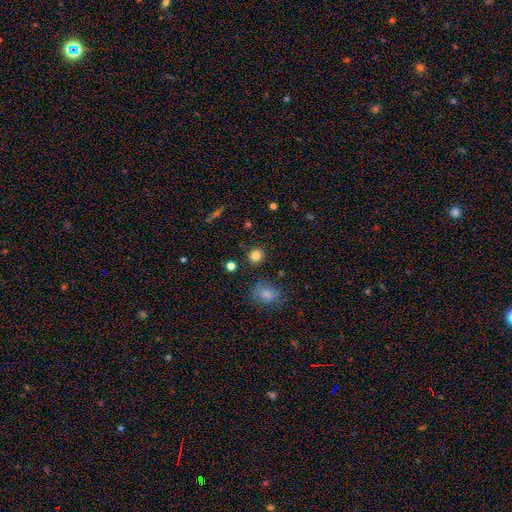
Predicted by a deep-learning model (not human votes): Smooth or featured?
  - smooth: 82% *
  - star or artifact: 12%
  - featured or disk: 5%
How rounded?
  - round: 89% *
  - in between: 10%
  - cigar-shaped: 1%
Merging?
  - none: 87% *
  - minor disturbance: 8%
  - major disturbance: 3%
  - merger: 2%